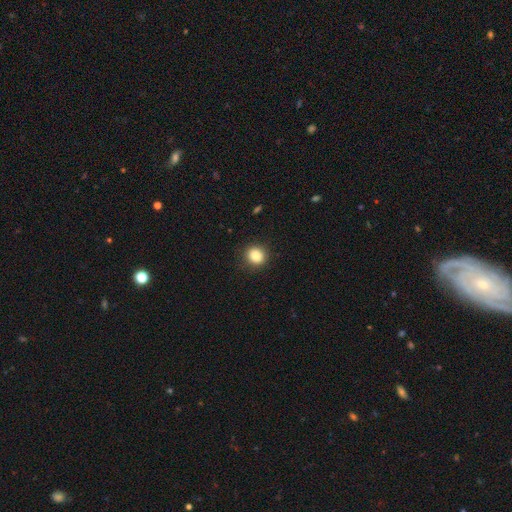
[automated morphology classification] The model was most divided on "how rounded": round: 81%, in between: 18%, cigar-shaped: 1%. More confident: merging — none (89%); smooth or featured — smooth (85%).